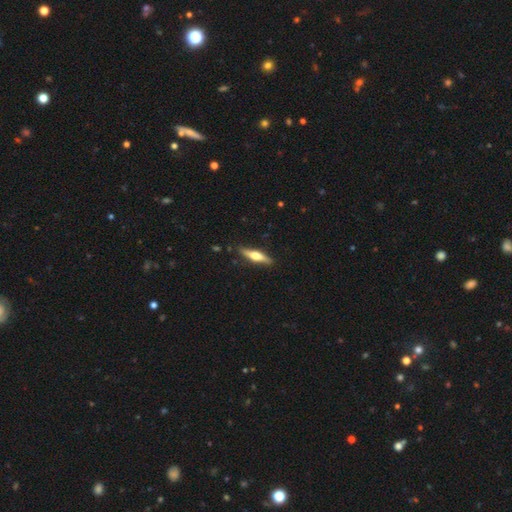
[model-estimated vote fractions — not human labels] Smooth or featured?
  - featured or disk: 56% *
  - smooth: 39%
  - star or artifact: 5%
Edge-on disk?
  - yes: 94% *
  - no: 6%
Edge-on bulge?
  - rounded: 92% *
  - boxy: 5%
  - none: 3%
Merging?
  - none: 86% *
  - minor disturbance: 10%
  - major disturbance: 2%
  - merger: 1%